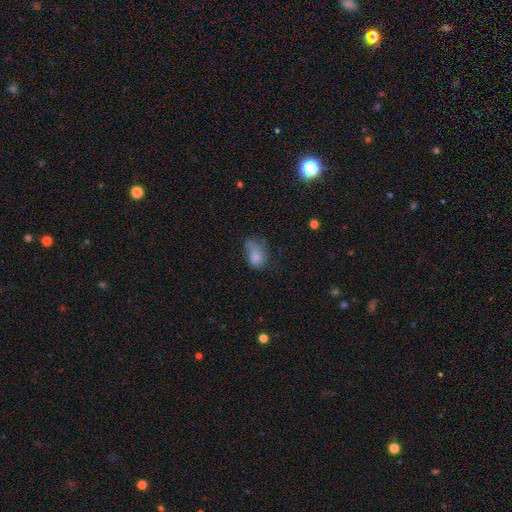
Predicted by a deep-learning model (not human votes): Smooth or featured?
  - smooth: 72% *
  - featured or disk: 18%
  - star or artifact: 10%
How rounded?
  - in between: 83% *
  - round: 15%
  - cigar-shaped: 2%
Merging?
  - none: 34% *
  - minor disturbance: 33%
  - major disturbance: 29%
  - merger: 4%